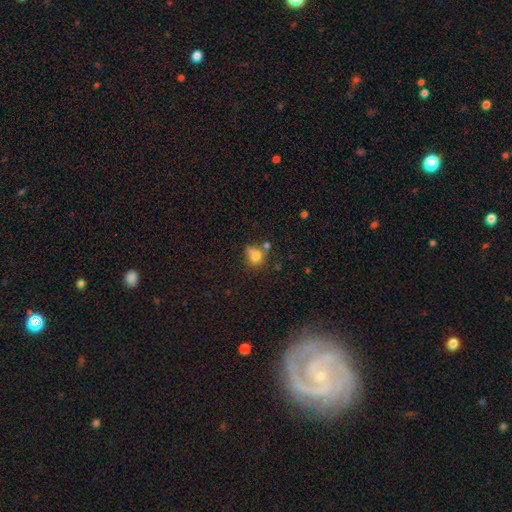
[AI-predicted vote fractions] Morphology: type=smooth (75%); roundness=round (57%); merging=none (39%).